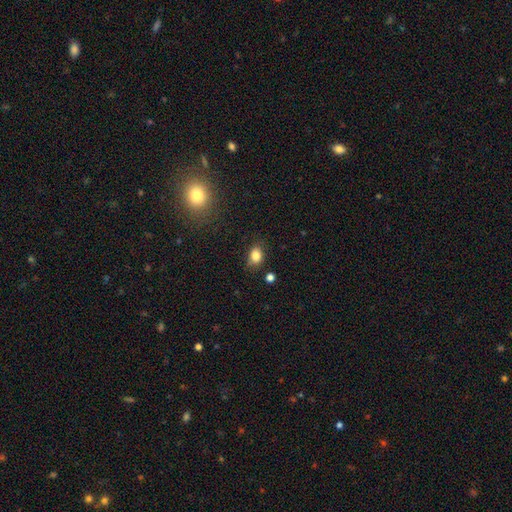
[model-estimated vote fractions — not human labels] This is clearly a smooth galaxy (83%). How rounded: likely in between (66%). Merging: likely none (75%).